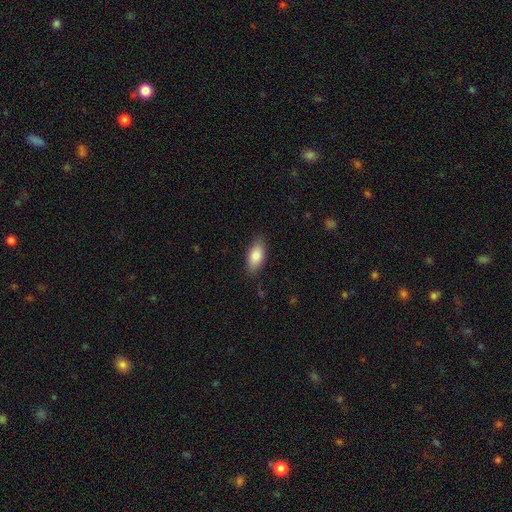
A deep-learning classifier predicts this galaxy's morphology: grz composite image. It shows a smooth galaxy with no disk features (84%) that is in between round and cigar-shaped (88%). Merging: none (84%).